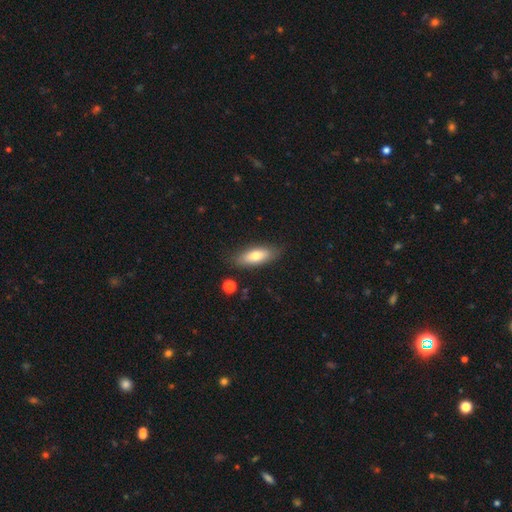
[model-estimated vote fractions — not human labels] A smooth galaxy with no disk features (73%) that is in between round and cigar-shaped (68%). Merging: none (82%).